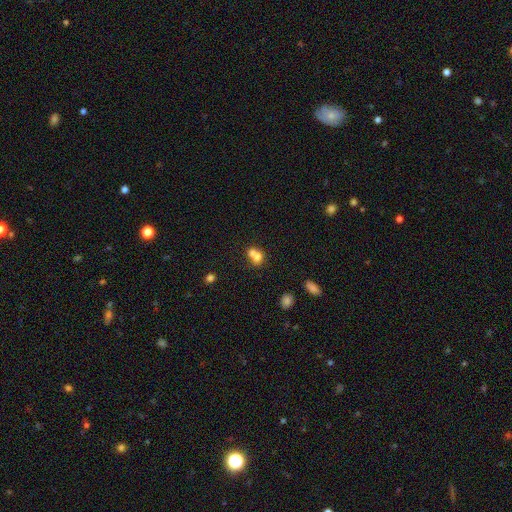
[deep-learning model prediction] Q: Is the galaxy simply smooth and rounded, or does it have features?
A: smooth — 70%.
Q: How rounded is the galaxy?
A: round — 60%.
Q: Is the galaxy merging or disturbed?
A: merger — 67%.